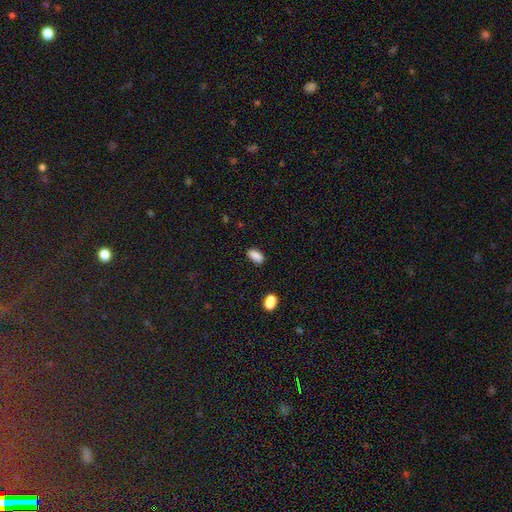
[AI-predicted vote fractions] Smooth or featured: smooth — 86% (star or artifact — 10%)
How rounded: in between — 90% (cigar-shaped — 5%)
Merging: none — 82% (minor disturbance — 12%)